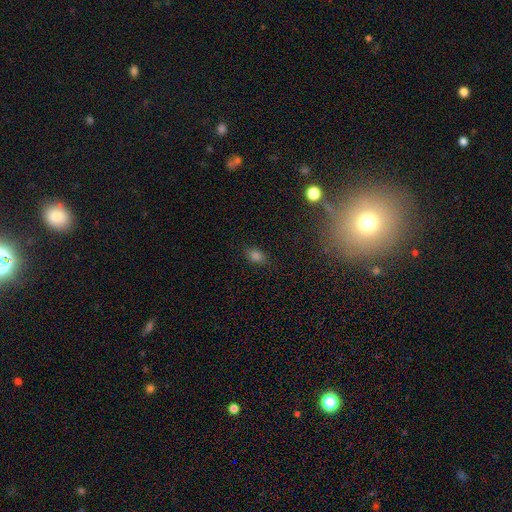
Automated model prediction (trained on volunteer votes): Morphology: type=smooth (75%); roundness=in between (82%); merging=none (81%).